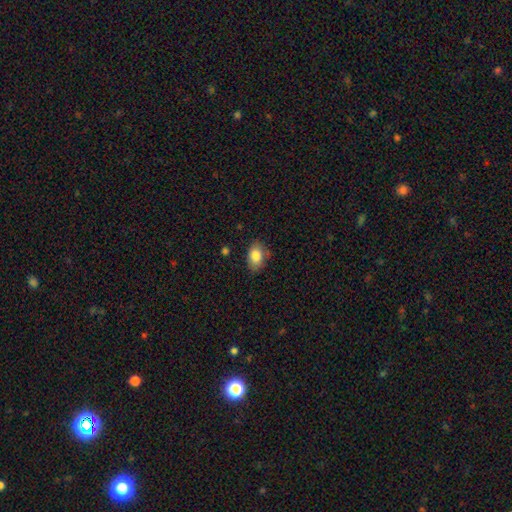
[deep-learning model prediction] Smooth or featured: smooth — 84% (featured or disk — 9%)
How rounded: in between — 84% (round — 15%)
Merging: none — 74% (minor disturbance — 20%)